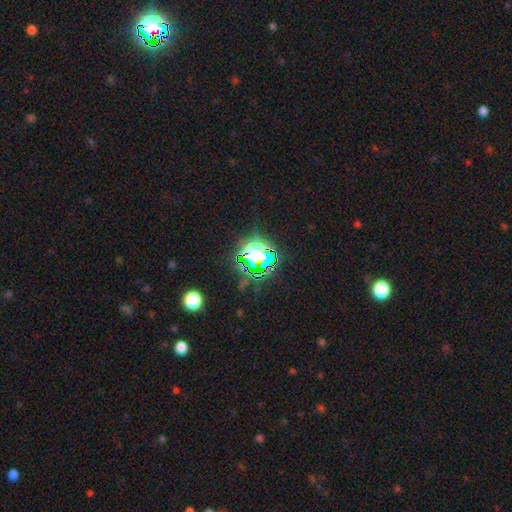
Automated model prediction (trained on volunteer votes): This is likely a star or artifact rather than a galaxy (68%).